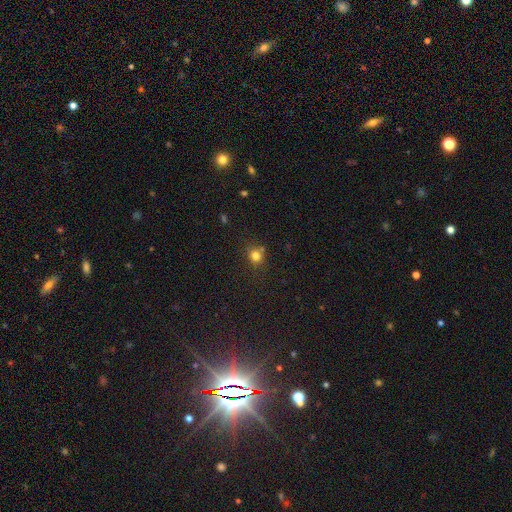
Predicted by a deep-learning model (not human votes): The model was most divided on "merging": none: 70%, minor disturbance: 14%, merger: 11%, major disturbance: 4%. More confident: how rounded — round (81%); smooth or featured — smooth (78%).